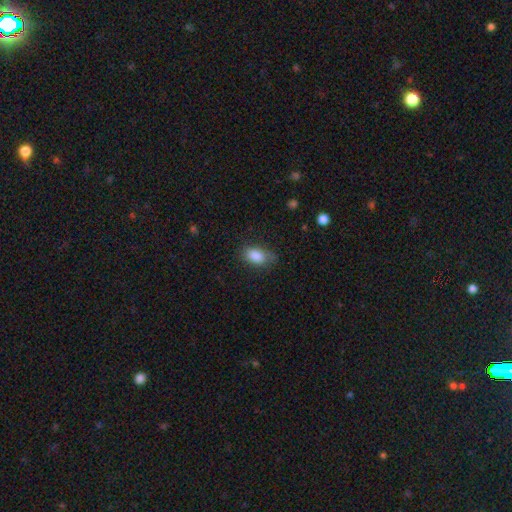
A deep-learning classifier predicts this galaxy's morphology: Overall: smooth (86%). How rounded: in between (89%). Merging: none (67%).